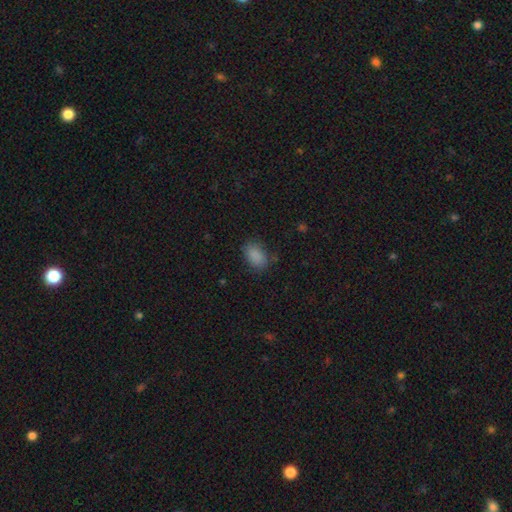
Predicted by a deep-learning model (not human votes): Q: Smooth or featured?
A: smooth (87%); runner-up: star or artifact (9%)
Q: How rounded?
A: in between (86%); runner-up: round (12%)
Q: Merging?
A: none (79%); runner-up: minor disturbance (15%)